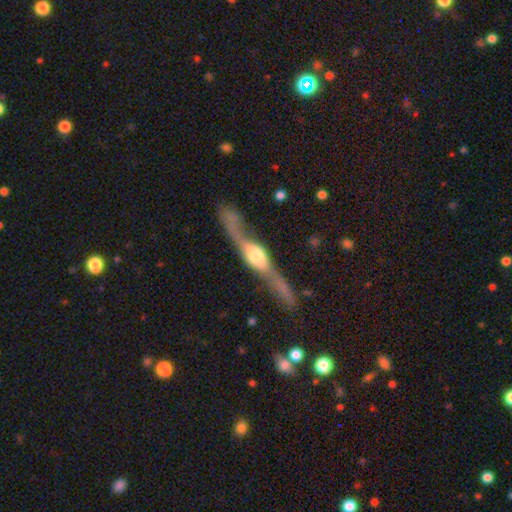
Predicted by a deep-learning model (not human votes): Overall: featured or disk (82%). Edge-on disk: yes (74%). Edge-on bulge: rounded (91%). Merging: none (56%; minor disturbance 20%).